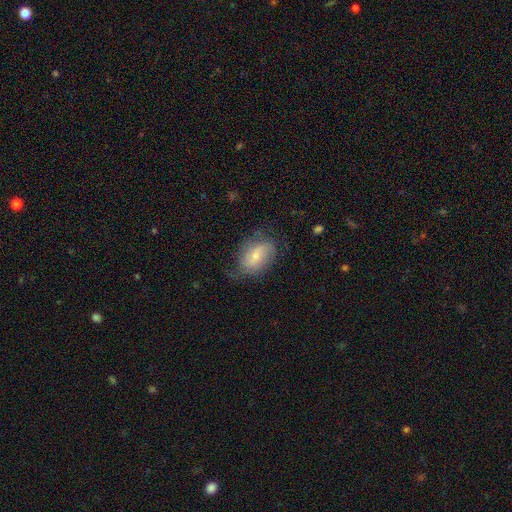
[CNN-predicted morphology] smooth_or_featured: smooth (p=0.49) [alt: featured or disk p=0.43]
merging: none (p=0.58) [alt: minor disturbance p=0.27]